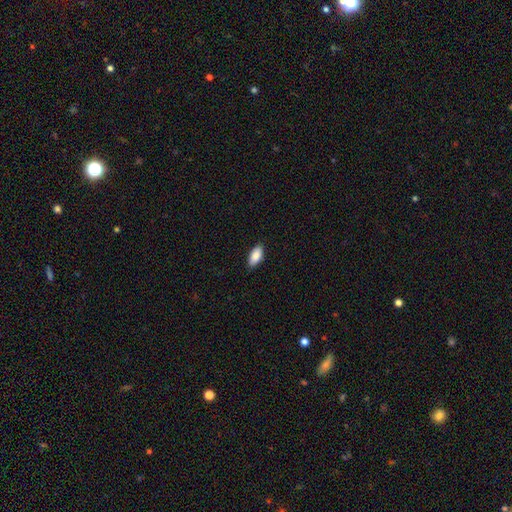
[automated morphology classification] This appears to be a smooth galaxy with no disk features (87%) that is in between round and cigar-shaped (89%). Merging: none (88%).